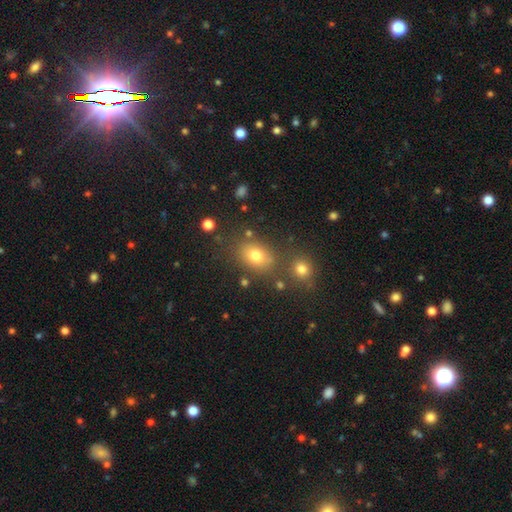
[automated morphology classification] A smooth galaxy with no disk features (75%) that is in between round and cigar-shaped (64%).

Vote fractions:
- Smooth or featured? smooth: 75% / star or artifact: 15% / featured or disk: 10%
- How rounded? in between: 64% / round: 35% / cigar-shaped: 1%
- Merging? none: 72% / minor disturbance: 12% / merger: 11% / major disturbance: 5%